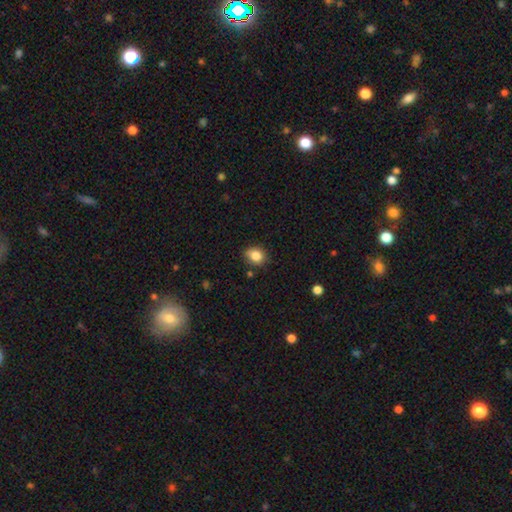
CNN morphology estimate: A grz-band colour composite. It shows a smooth galaxy with no disk features (84%) that is round (51%). Merging: none (80%).